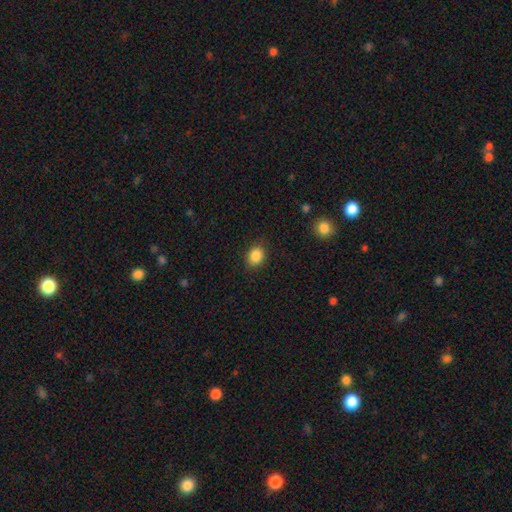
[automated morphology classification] A smooth galaxy with no disk features (87%) that is round (58%).

Vote fractions:
- Smooth or featured? smooth: 87% / star or artifact: 10% / featured or disk: 3%
- How rounded? round: 58% / in between: 41% / cigar-shaped: 1%
- Merging? none: 87% / minor disturbance: 9% / major disturbance: 3% / merger: 1%